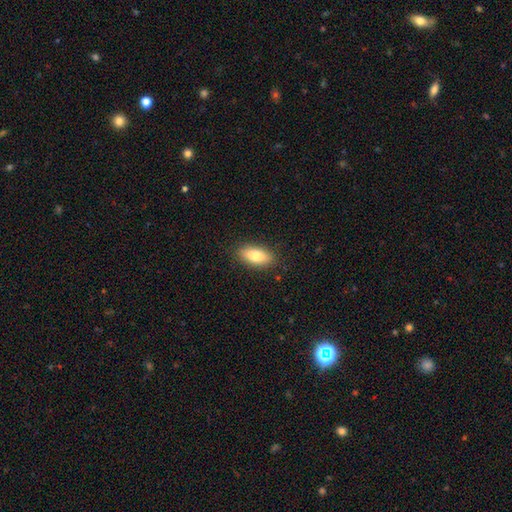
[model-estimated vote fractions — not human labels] A smooth galaxy with no disk features (77%) that is in between round and cigar-shaped (84%).

Vote fractions:
- Smooth or featured? smooth: 77% / featured or disk: 15% / star or artifact: 7%
- How rounded? in between: 84% / cigar-shaped: 12% / round: 3%
- Merging? none: 88% / minor disturbance: 9% / major disturbance: 2% / merger: 1%